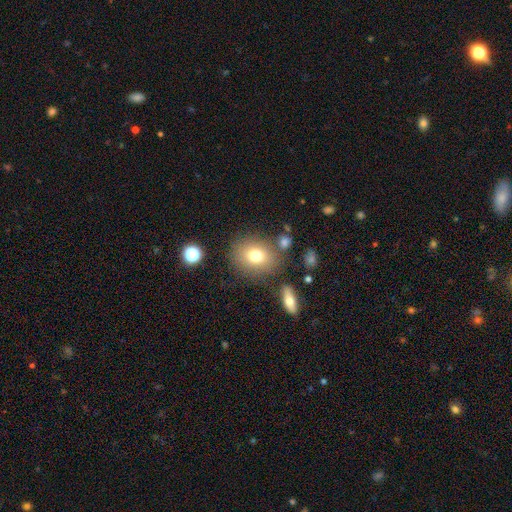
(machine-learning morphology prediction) Smooth or featured? Predicted: smooth (p=0.75). How rounded? Predicted: round (p=0.59). Merging? Predicted: none (p=0.76).